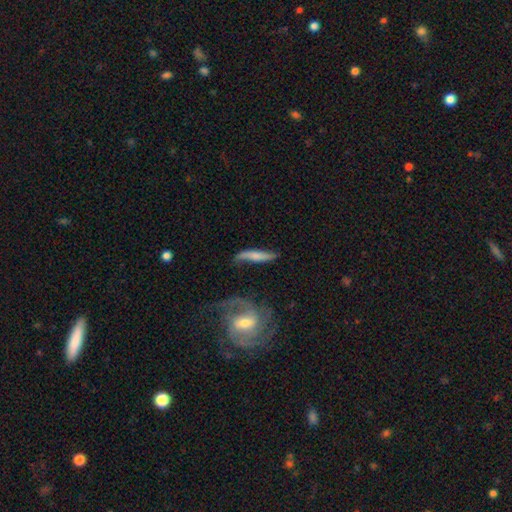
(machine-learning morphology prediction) type=smooth (49%); merging=none (60%).